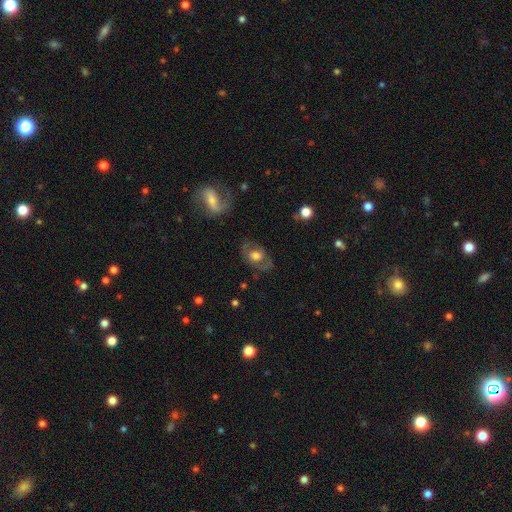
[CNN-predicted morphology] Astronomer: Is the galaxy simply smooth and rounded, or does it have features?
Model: featured or disk — 52% (runner-up: smooth, 40%).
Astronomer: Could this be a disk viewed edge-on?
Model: no — 91%.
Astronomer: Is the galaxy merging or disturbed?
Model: none — 73%.